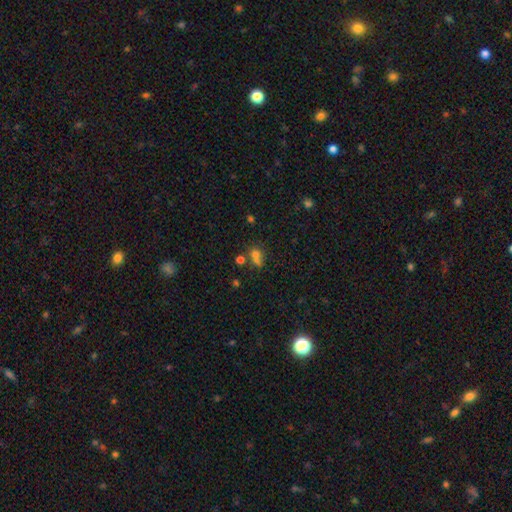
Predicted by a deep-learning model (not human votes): The model was most divided on "merging": merger: 46%, none: 38%, minor disturbance: 10%, major disturbance: 6%. More confident: how rounded — round (69%); smooth or featured — smooth (64%).